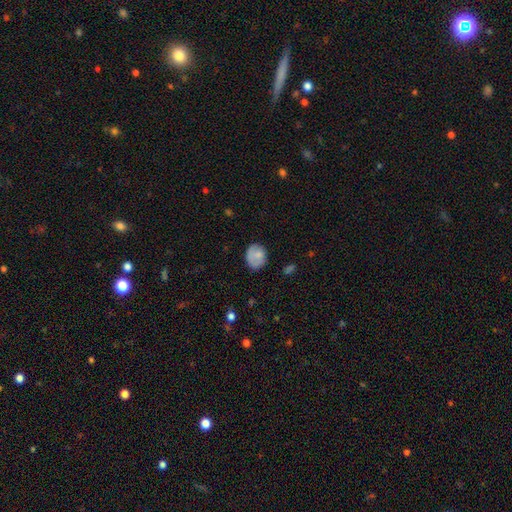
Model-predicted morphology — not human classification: smooth 73%, featured or disk 20%, star or artifact 8%. Down the decision tree: how rounded — round (56%); merging — none (66%).